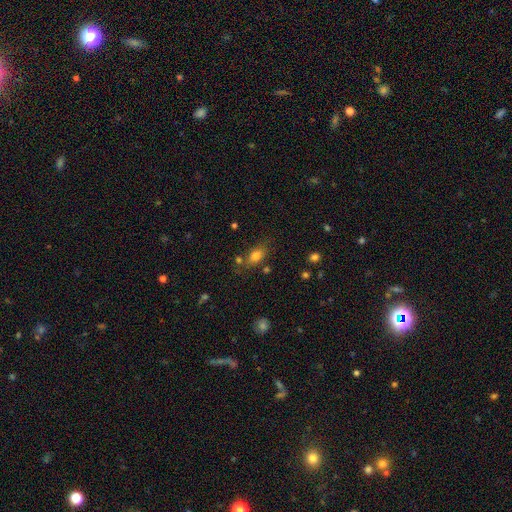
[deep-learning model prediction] A smooth galaxy with no disk features (79%) that is in between round and cigar-shaped (80%).

Vote fractions:
- Smooth or featured? smooth: 79% / star or artifact: 11% / featured or disk: 10%
- How rounded? in between: 80% / round: 14% / cigar-shaped: 6%
- Merging? none: 68% / minor disturbance: 17% / merger: 10% / major disturbance: 5%